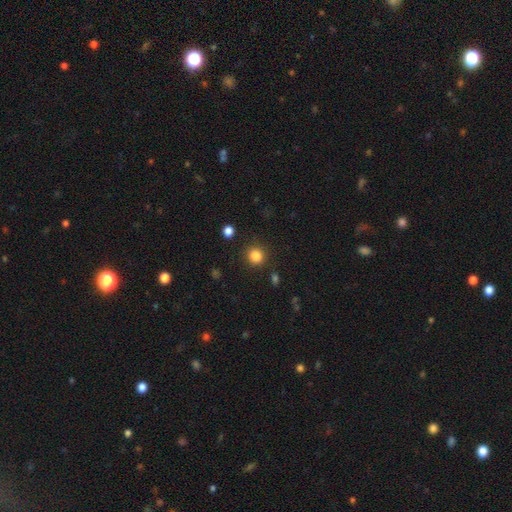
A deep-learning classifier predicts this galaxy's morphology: Smooth or featured? Predicted: smooth (p=0.85). How rounded? Predicted: round (p=0.88). Merging? Predicted: none (p=0.88).